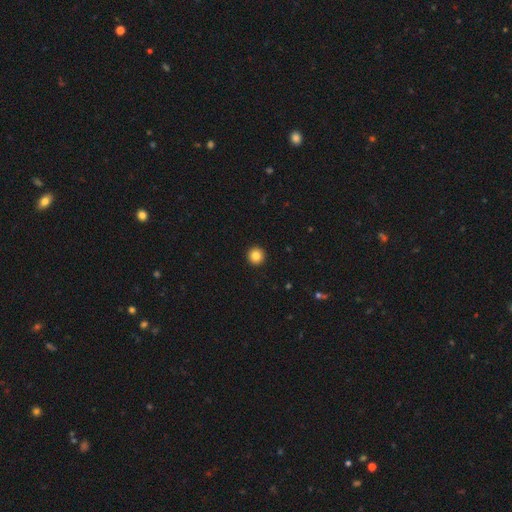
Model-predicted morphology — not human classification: This appears to be a smooth galaxy with no disk features (85%) that is round (96%). Merging: none (94%).